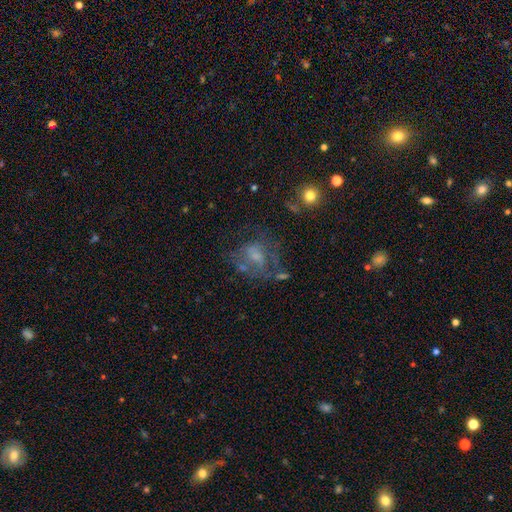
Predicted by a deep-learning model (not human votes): A featured or disk galaxy (52%).

Vote fractions:
- Smooth or featured? featured or disk: 52% / smooth: 31% / star or artifact: 17%
- Edge-on disk? no: 97% / yes: 3%
- Merging? none: 38% / major disturbance: 34% / minor disturbance: 20% / merger: 8%